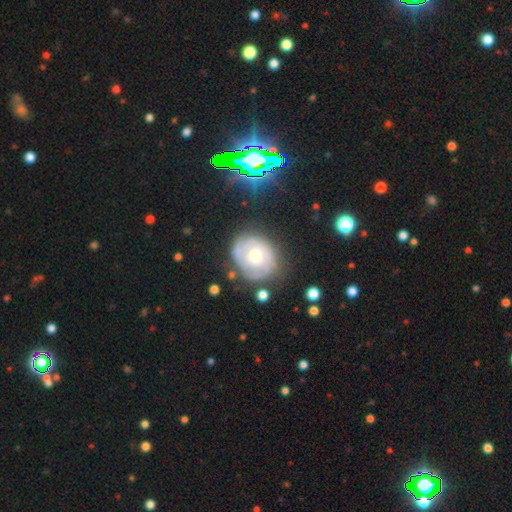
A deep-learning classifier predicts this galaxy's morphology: smooth_or_featured: featured or disk (p=0.73) [alt: smooth p=0.19]
disk_edge_on: no (p=0.97) [alt: yes p=0.03]
bar: no (p=0.75) [alt: weak p=0.20]
has_spiral_arms: yes (p=0.82) [alt: no p=0.18]
spiral_winding: tight (p=0.68) [alt: medium p=0.25]
spiral_arm_count: 2 (p=0.42) [alt: can't tell p=0.34]
bulge_size: moderate (p=0.70) [alt: small p=0.20]
merging: none (p=0.71) [alt: minor disturbance p=0.19]